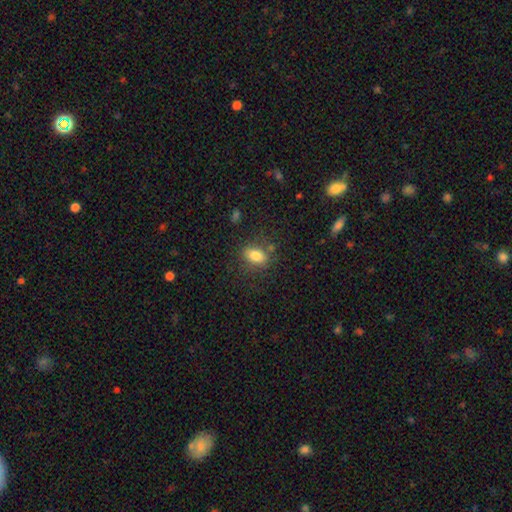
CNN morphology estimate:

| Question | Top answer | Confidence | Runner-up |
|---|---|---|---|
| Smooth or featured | smooth | 81% | star or artifact (10%) |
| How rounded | in between | 82% | round (15%) |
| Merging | none | 76% | minor disturbance (15%) |